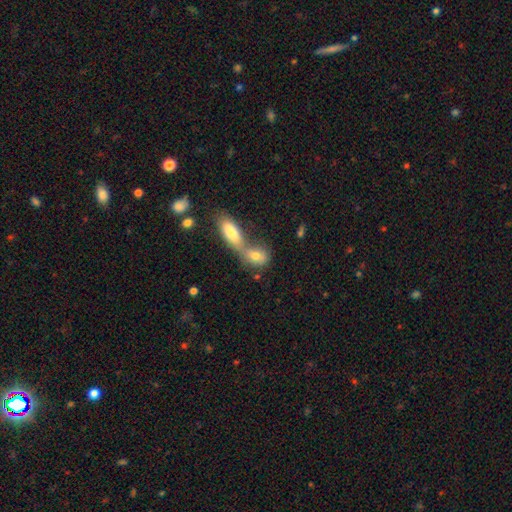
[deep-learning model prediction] This appears to be a smooth galaxy with no disk features (75%) that is in between round and cigar-shaped (70%). Merging: merger (65%).